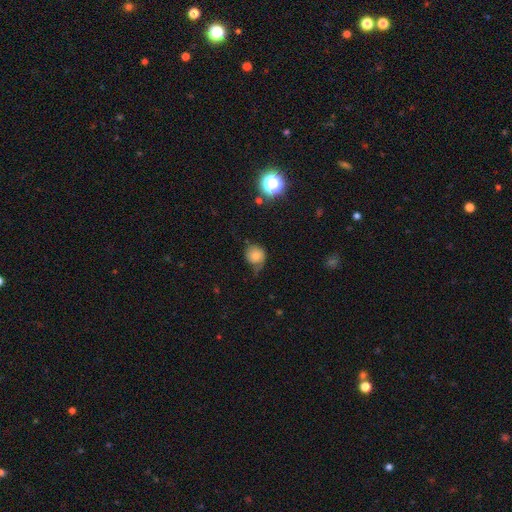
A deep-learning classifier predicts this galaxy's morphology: smooth 70%, featured or disk 19%, star or artifact 11%. Down the decision tree: how rounded — round (78%); merging — none (40%).